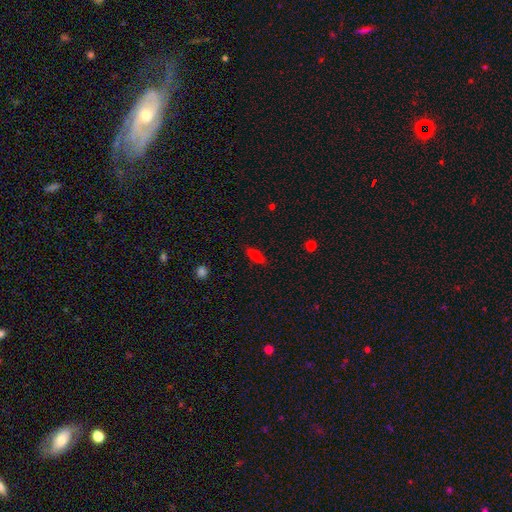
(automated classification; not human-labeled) A smooth galaxy with no disk features (71%) that is cigar-shaped (52%). Merging: none (87%).